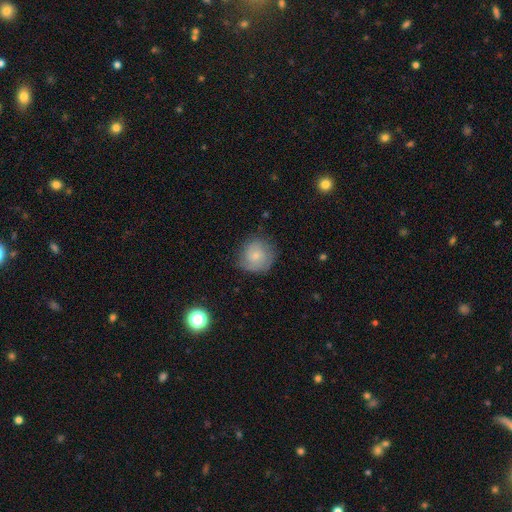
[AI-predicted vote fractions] Q: Smooth or featured?
A: smooth (62%); runner-up: featured or disk (30%)
Q: How rounded?
A: round (89%); runner-up: in between (10%)
Q: Merging?
A: none (69%); runner-up: minor disturbance (23%)